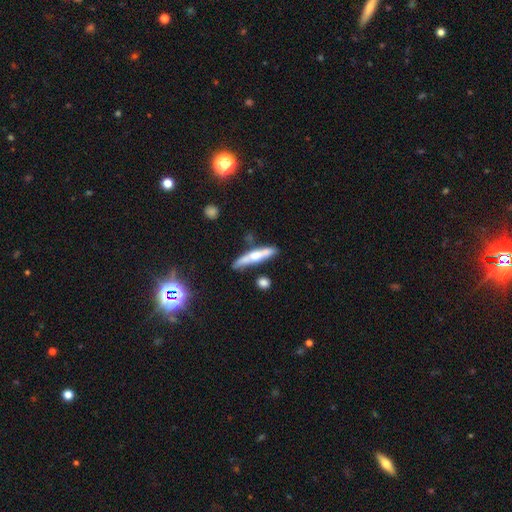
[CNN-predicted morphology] The model was most divided on "smooth or featured": featured or disk: 50%, smooth: 45%, star or artifact: 6%. More confident: merging — none (68%).